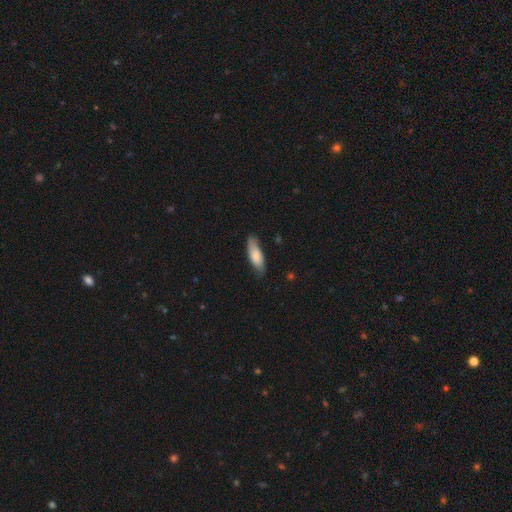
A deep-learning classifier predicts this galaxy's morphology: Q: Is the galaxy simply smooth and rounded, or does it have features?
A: smooth — 80%.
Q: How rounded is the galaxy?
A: in between — 57%.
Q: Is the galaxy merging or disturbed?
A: none — 75%.